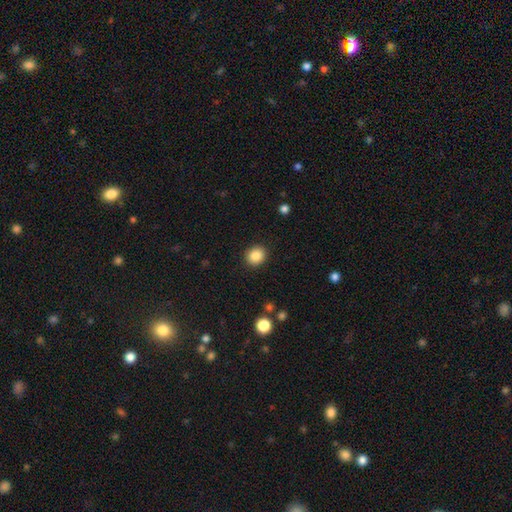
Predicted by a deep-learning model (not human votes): Smooth or featured?
  - smooth: 87% *
  - star or artifact: 9%
  - featured or disk: 4%
How rounded?
  - round: 79% *
  - in between: 20%
  - cigar-shaped: 1%
Merging?
  - none: 91% *
  - minor disturbance: 6%
  - major disturbance: 2%
  - merger: 1%